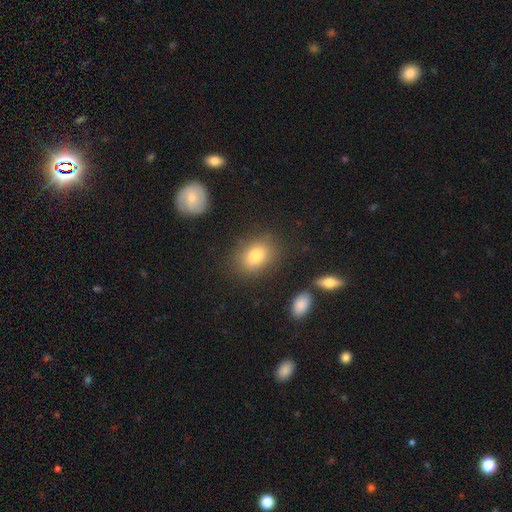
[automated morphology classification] This is likely a smooth galaxy (80%). How rounded: likely in between (67%). Merging: clearly none (82%).